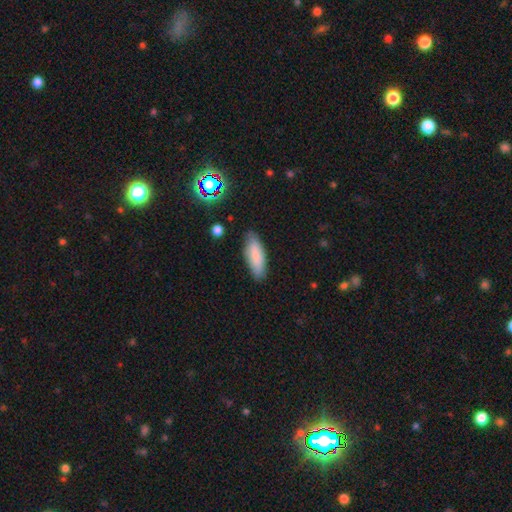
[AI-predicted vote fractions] The model was most divided on "how rounded": in between: 63%, cigar-shaped: 35%, round: 2%. More confident: smooth or featured — smooth (82%); merging — none (81%).